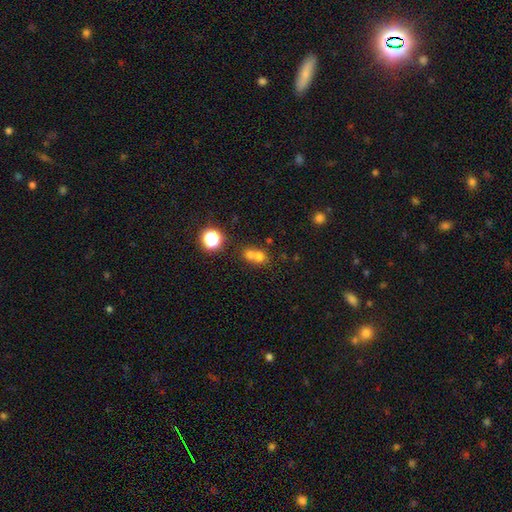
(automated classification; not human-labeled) Q: Smooth or featured?
A: smooth (67%); runner-up: star or artifact (18%)
Q: How rounded?
A: round (76%); runner-up: in between (23%)
Q: Merging?
A: merger (59%); runner-up: none (33%)